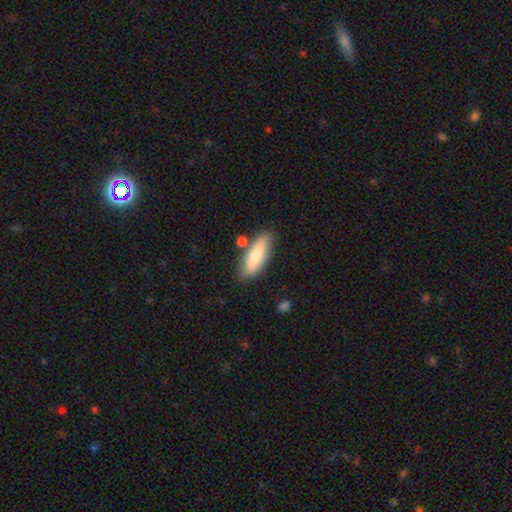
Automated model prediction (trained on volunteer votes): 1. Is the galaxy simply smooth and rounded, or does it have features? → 80% smooth, 14% featured or disk, 6% star or artifact.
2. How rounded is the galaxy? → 54% in between, 44% cigar-shaped, 2% round.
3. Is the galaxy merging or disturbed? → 75% none, 14% minor disturbance, 8% merger, 3% major disturbance.